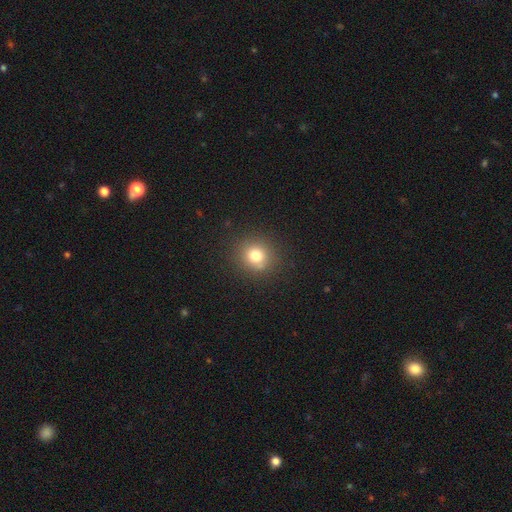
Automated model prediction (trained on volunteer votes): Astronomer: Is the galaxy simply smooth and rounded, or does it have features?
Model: smooth — 77%.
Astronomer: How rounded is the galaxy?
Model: round — 87%.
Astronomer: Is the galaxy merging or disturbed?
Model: none — 86%.